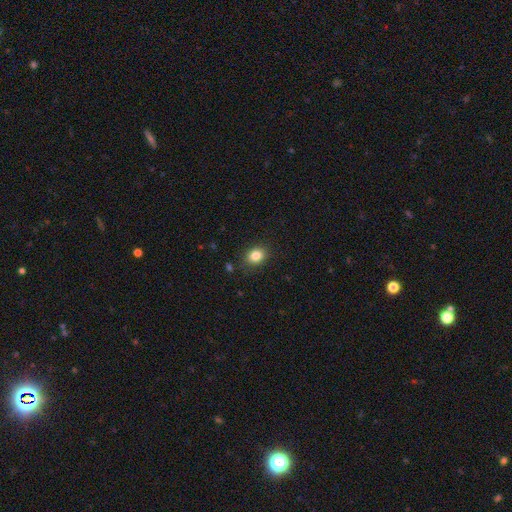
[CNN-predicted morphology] This is clearly a smooth galaxy (84%). How rounded: possibly in between (54%). Merging: clearly none (86%).